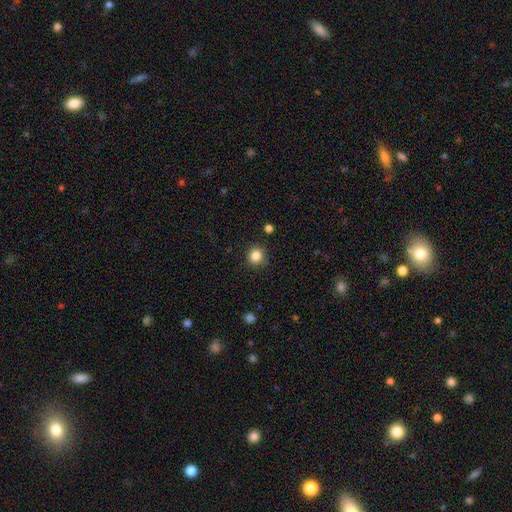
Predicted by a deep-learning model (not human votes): The model was most divided on "smooth or featured": smooth: 84%, star or artifact: 11%, featured or disk: 5%. More confident: merging — none (88%); how rounded — round (86%).